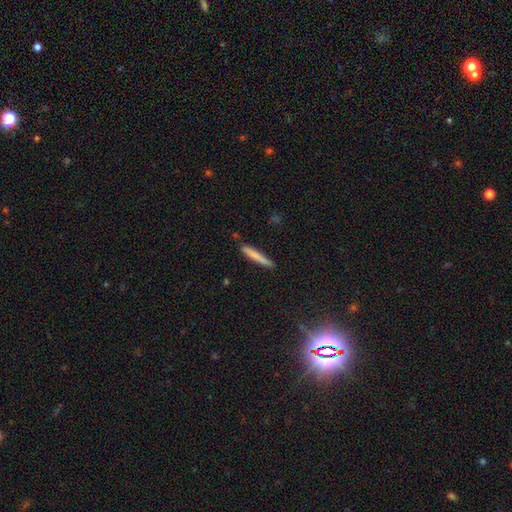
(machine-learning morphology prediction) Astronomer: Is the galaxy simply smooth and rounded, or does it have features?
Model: smooth — 74%.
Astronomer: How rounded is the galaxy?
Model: cigar-shaped — 95%.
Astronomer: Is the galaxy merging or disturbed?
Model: none — 86%.